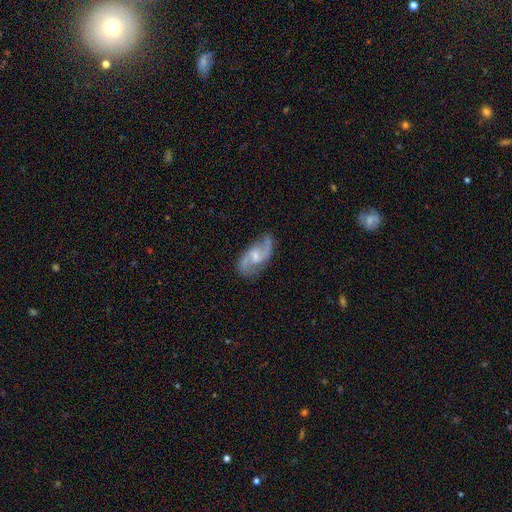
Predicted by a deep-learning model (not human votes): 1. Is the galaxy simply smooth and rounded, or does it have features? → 86% featured or disk, 9% smooth, 5% star or artifact.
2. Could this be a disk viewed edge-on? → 97% no, 3% yes.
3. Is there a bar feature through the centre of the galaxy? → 52% weak, 35% no, 14% strong.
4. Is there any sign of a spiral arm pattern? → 96% yes, 4% no.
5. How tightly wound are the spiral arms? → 46% loose, 44% medium, 10% tight.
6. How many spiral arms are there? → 92% 2, 3% can't tell, 2% 1, 1% 3, 1% 4, 1% more than 4.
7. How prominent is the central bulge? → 53% small, 36% moderate, 8% none, 2% large, 1% dominant.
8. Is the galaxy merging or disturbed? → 76% none, 16% minor disturbance, 6% major disturbance, 2% merger.